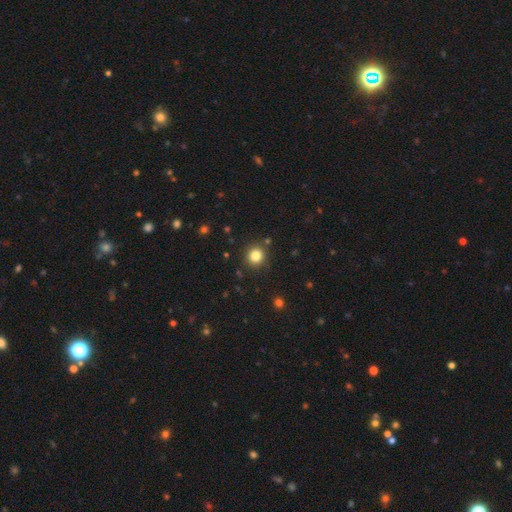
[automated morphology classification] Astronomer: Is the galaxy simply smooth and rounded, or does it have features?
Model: smooth — 83%.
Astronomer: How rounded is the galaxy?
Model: round — 90%.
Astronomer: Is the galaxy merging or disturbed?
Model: none — 87%.